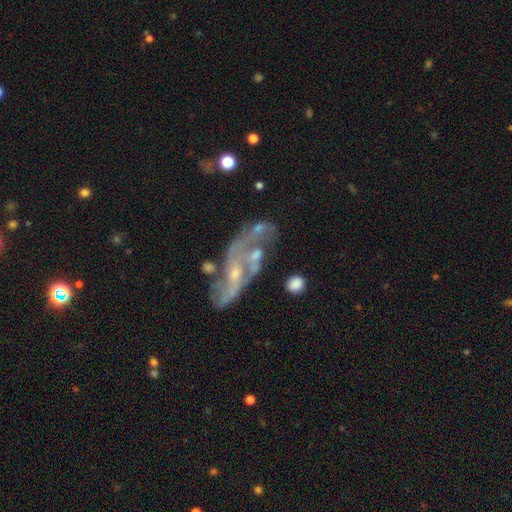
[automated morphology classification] Smooth or featured? featured or disk (68%)
Edge-on disk? no (94%)
Bar? no (69%)
Spiral arms? yes (61%)
Bulge size? small (49%)
Merging? merger (34%)